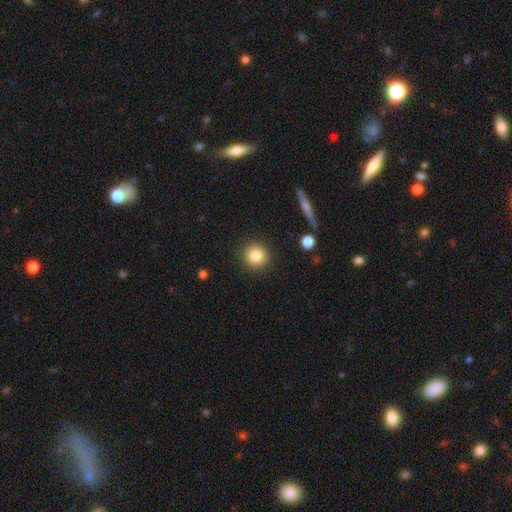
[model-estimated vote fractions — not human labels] Q: Smooth or featured?
A: smooth (83%); runner-up: star or artifact (10%)
Q: How rounded?
A: round (93%); runner-up: in between (6%)
Q: Merging?
A: none (90%); runner-up: minor disturbance (6%)